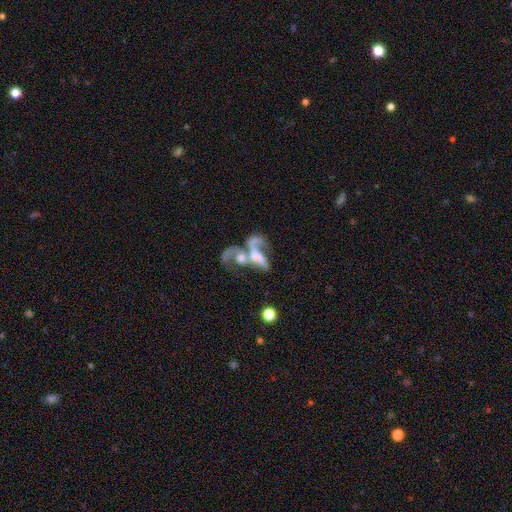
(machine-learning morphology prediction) Smooth or featured: featured or disk — 56% (smooth — 32%)
Edge-on disk: no — 93% (yes — 7%)
Bar: no — 73% (weak — 18%)
Spiral arms: no — 56% (yes — 44%)
Bulge size: none — 38% (moderate — 27%)
Merging: merger — 67% (major disturbance — 18%)